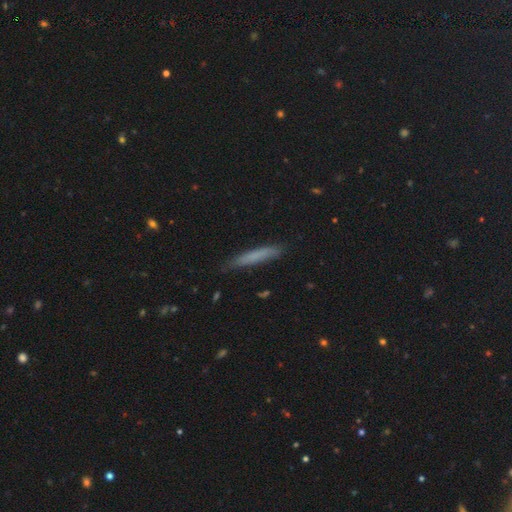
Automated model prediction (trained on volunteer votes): Overall: smooth (71%). How rounded: cigar-shaped (93%). Merging: none (82%).